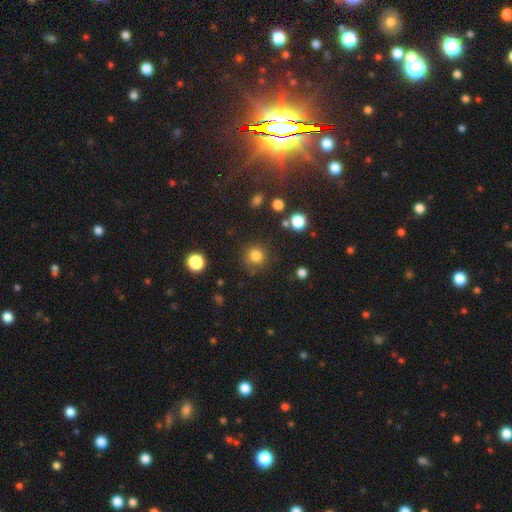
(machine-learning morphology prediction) This is clearly a smooth galaxy (82%). How rounded: clearly round (92%). Merging: clearly none (84%).